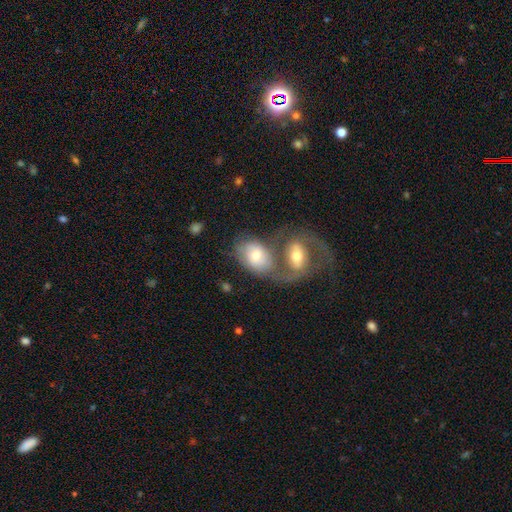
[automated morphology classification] A smooth galaxy with no disk features (49%).

Vote fractions:
- Smooth or featured? smooth: 49% / featured or disk: 45% / star or artifact: 6%
- Merging? merger: 61% / none: 22% / minor disturbance: 9% / major disturbance: 8%